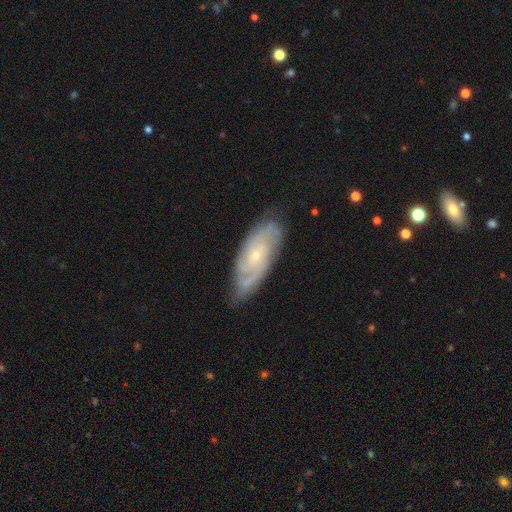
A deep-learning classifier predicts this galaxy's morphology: Smooth or featured?
  - featured or disk: 81% *
  - smooth: 13%
  - star or artifact: 6%
Edge-on disk?
  - no: 92% *
  - yes: 8%
Bar?
  - no: 68% *
  - weak: 27%
  - strong: 5%
Spiral arms?
  - yes: 96% *
  - no: 4%
Spiral winding?
  - tight: 58% *
  - medium: 35%
  - loose: 8%
Spiral arm count?
  - 2: 36% *
  - can't tell: 26%
  - 3: 22%
  - 4: 7%
  - 1: 4%
  - more than 4: 4%
Bulge size?
  - small: 75% *
  - moderate: 21%
  - none: 2%
  - large: 1%
  - dominant: 1%
Merging?
  - none: 75% *
  - minor disturbance: 20%
  - major disturbance: 4%
  - merger: 1%